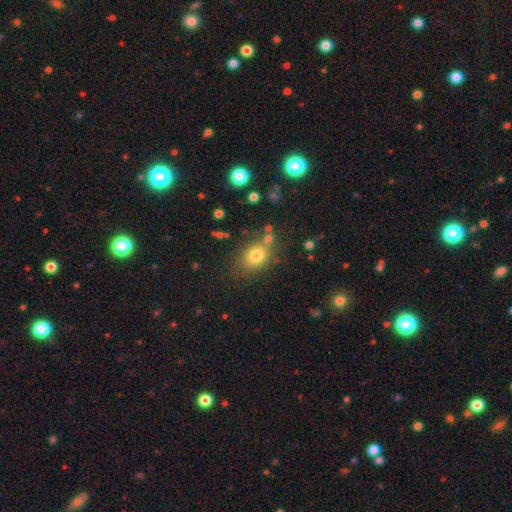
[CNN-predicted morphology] smooth 79%, star or artifact 11%, featured or disk 10%. Down the decision tree: how rounded — in between (65%); merging — none (70%).